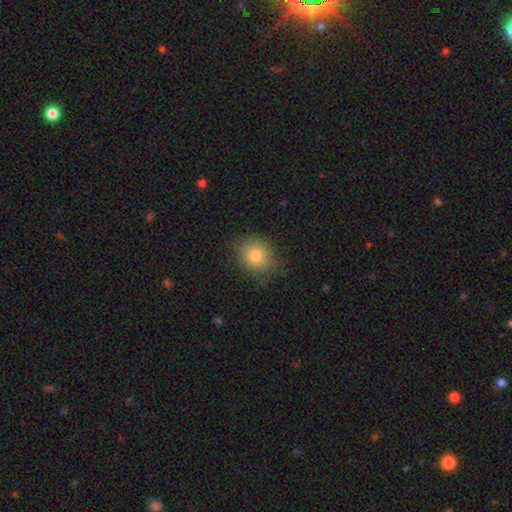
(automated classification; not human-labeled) Smooth or featured? Predicted: smooth (p=0.80). How rounded? Predicted: round (p=0.69). Merging? Predicted: none (p=0.77).